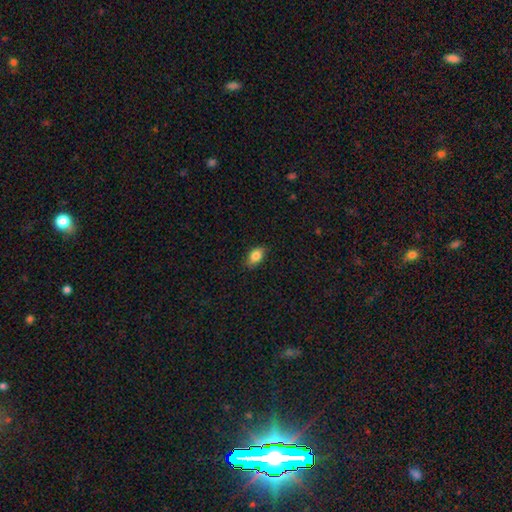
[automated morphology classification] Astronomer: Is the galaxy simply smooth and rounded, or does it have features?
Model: smooth — 84%.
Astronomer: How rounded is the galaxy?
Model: in between — 88%.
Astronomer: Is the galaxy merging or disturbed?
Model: none — 83%.